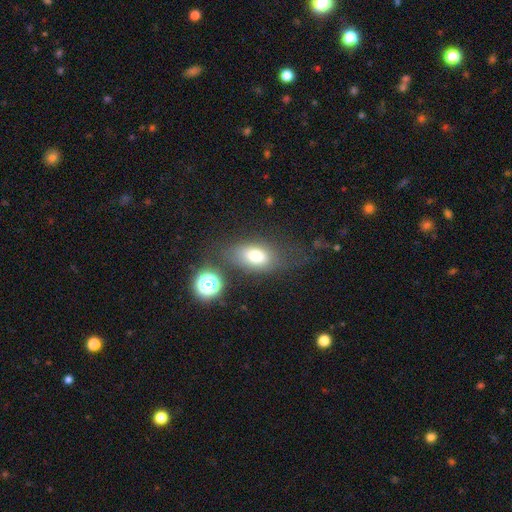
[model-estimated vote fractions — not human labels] This is likely a smooth galaxy (72%). How rounded: clearly in between (83%). Merging: likely none (61%).